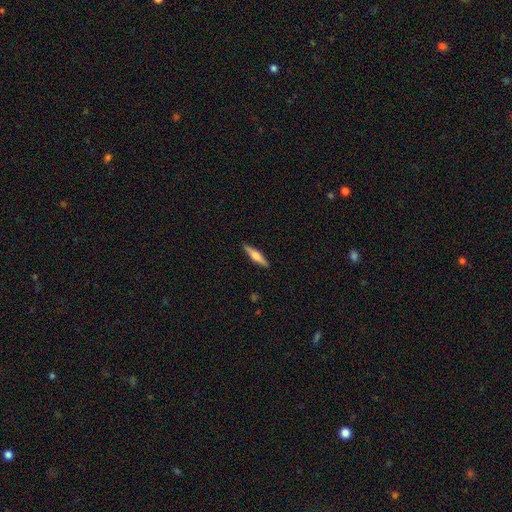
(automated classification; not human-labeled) Smooth or featured? featured or disk (48%)
Merging? none (90%)